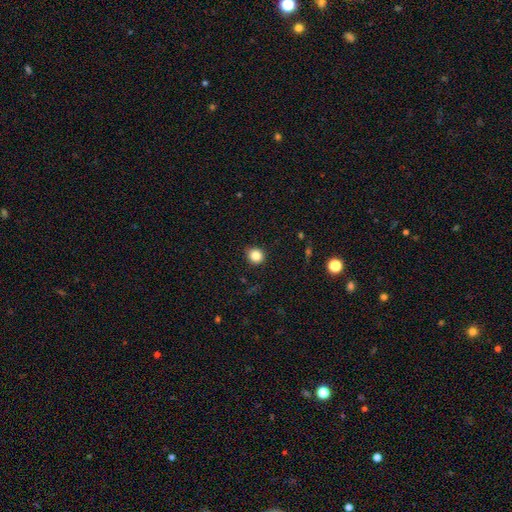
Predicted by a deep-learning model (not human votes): smooth 85%, star or artifact 11%, featured or disk 5%. Down the decision tree: how rounded — round (86%); merging — none (89%).